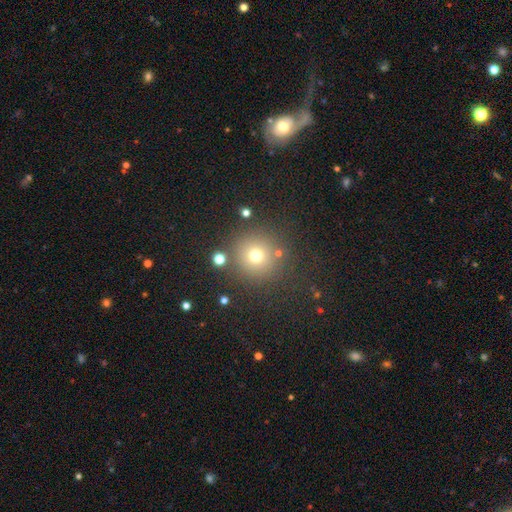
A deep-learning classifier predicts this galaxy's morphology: smooth_or_featured: smooth (p=0.70) [alt: star or artifact p=0.19]
how_rounded: round (p=0.94) [alt: in between p=0.05]
merging: none (p=0.83) [alt: minor disturbance p=0.08]